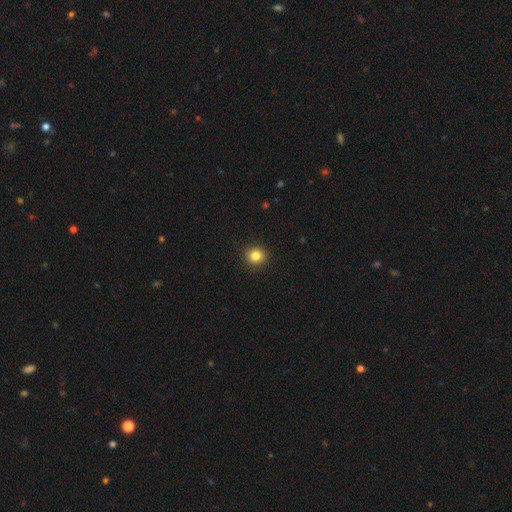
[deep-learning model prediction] Smooth or featured? Predicted: smooth (p=0.83). How rounded? Predicted: round (p=0.89). Merging? Predicted: none (p=0.92).